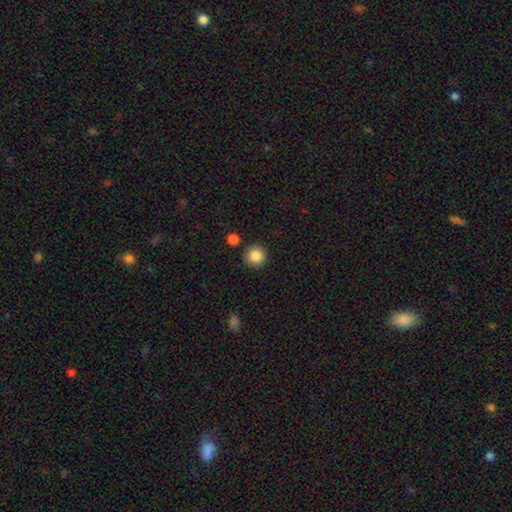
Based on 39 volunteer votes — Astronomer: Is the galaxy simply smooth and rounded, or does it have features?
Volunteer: smooth — 79%.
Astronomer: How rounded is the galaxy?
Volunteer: round — 94%.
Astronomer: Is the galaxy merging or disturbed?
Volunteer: none — 89%.